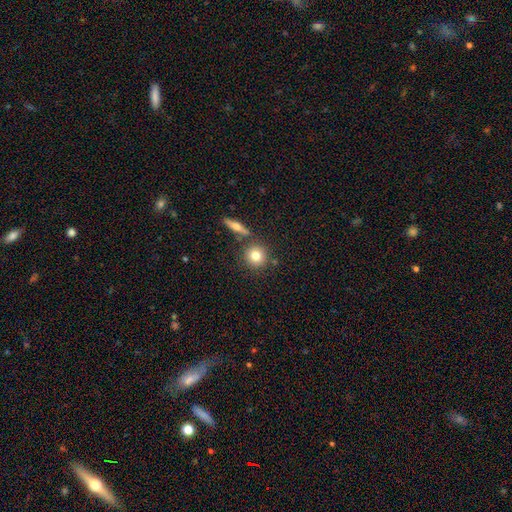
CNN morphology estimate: A smooth galaxy with no disk features (78%) that is round (90%). Merging: none (76%).